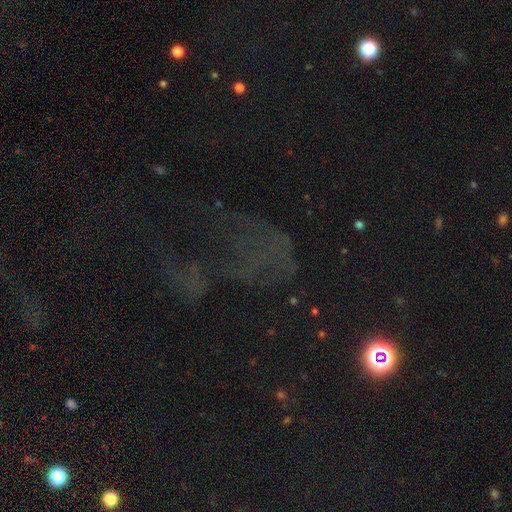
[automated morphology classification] Overall: star or artifact (56%; smooth 22%).